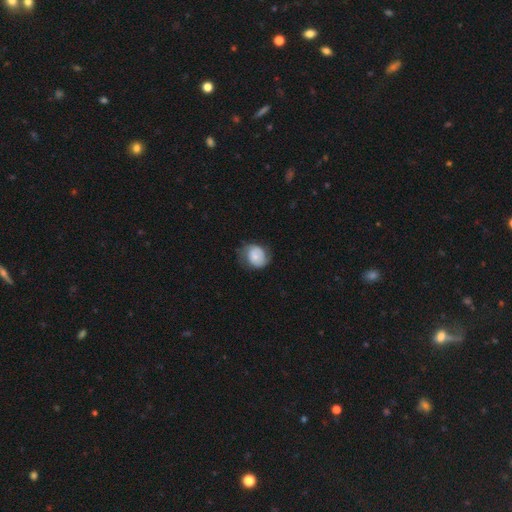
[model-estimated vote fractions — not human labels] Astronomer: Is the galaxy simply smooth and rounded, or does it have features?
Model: smooth — 65%.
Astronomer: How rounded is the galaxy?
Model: round — 64%.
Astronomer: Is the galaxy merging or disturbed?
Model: none — 54% (runner-up: minor disturbance, 31%).